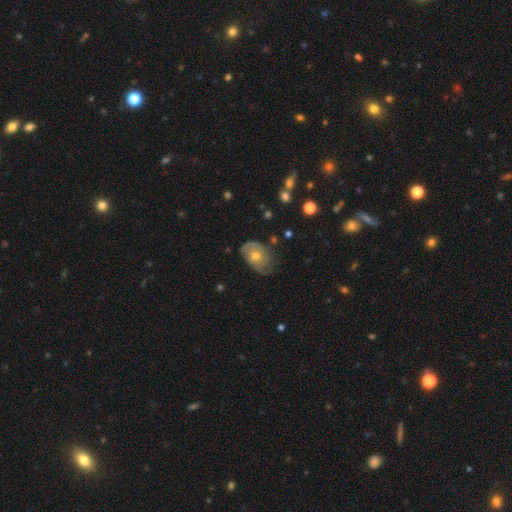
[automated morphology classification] This is possibly a featured or disk galaxy (57%). It is clearly not viewed edge-on (94%). Bar: clearly no (82%). Spiral arm pattern: likely yes (73%). Central bulge: likely moderate (68%). Merging: likely none (63%).